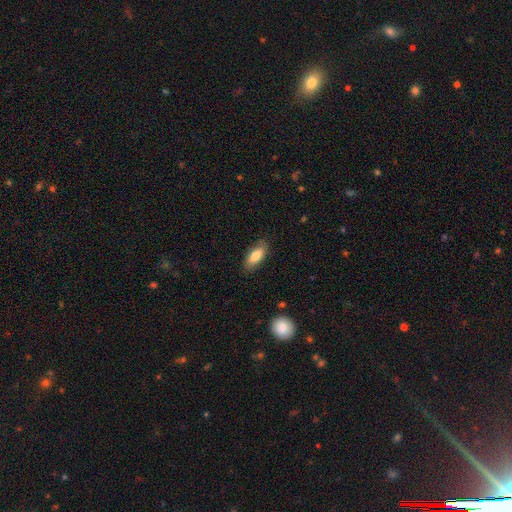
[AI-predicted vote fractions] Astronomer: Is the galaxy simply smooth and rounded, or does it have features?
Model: smooth — 81%.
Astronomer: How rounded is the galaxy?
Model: in between — 82%.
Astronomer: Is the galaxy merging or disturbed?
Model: none — 82%.